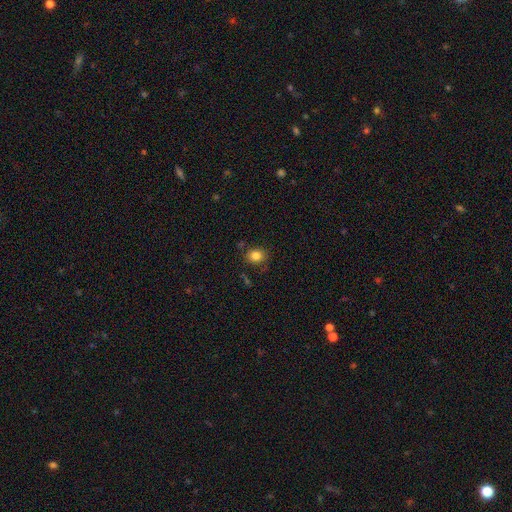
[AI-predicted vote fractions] This is clearly a smooth galaxy (82%). How rounded: likely round (66%). Merging: likely none (78%).